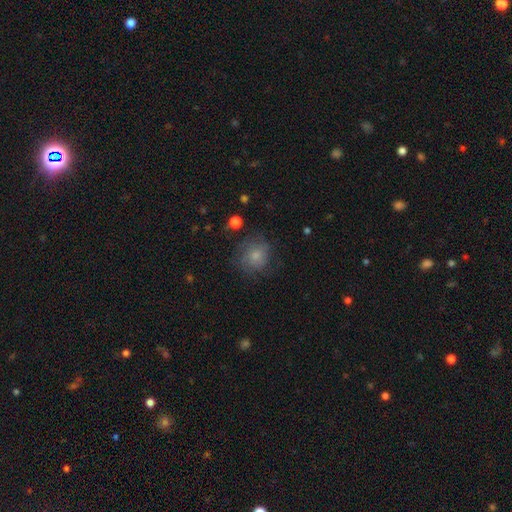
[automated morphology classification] A smooth galaxy with no disk features (67%) that is round (80%). Merging: none (63%).